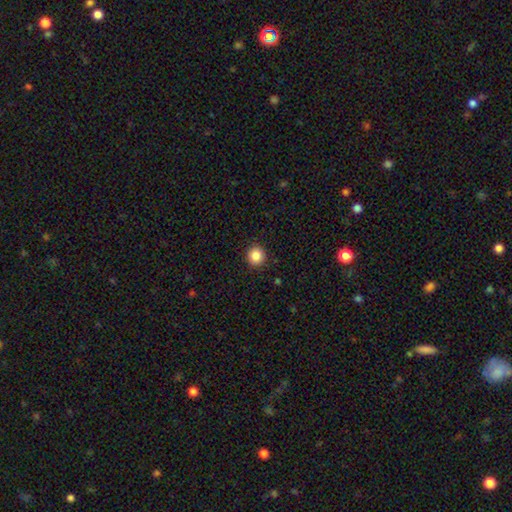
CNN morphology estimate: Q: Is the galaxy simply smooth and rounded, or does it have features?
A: smooth — 87%.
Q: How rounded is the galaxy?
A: round — 91%.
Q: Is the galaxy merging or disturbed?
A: none — 91%.